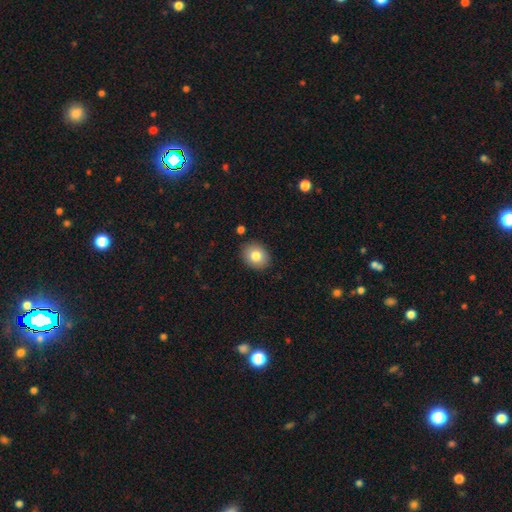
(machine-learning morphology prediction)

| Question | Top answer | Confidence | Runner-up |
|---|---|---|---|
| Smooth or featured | smooth | 81% | featured or disk (10%) |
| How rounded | round | 53% | in between (46%) |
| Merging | none | 88% | minor disturbance (8%) |